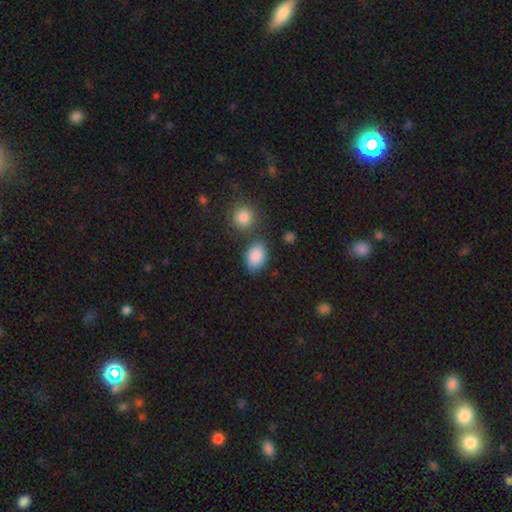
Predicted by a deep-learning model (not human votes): The model was most divided on "merging": none: 69%, minor disturbance: 16%, merger: 10%, major disturbance: 5%. More confident: smooth or featured — smooth (88%); how rounded — in between (80%).